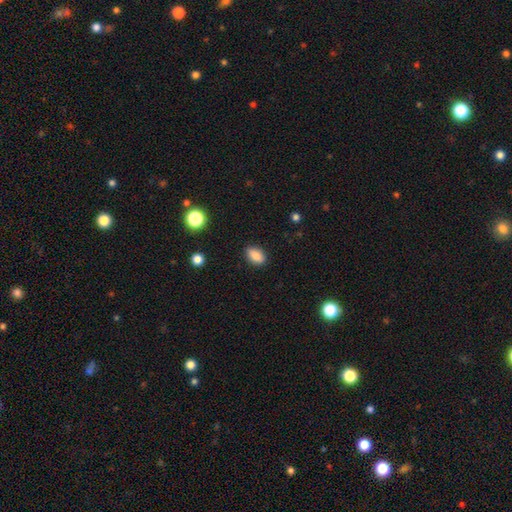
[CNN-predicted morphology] Q: Smooth or featured?
A: smooth (86%); runner-up: star or artifact (9%)
Q: How rounded?
A: in between (87%); runner-up: round (10%)
Q: Merging?
A: none (87%); runner-up: minor disturbance (10%)